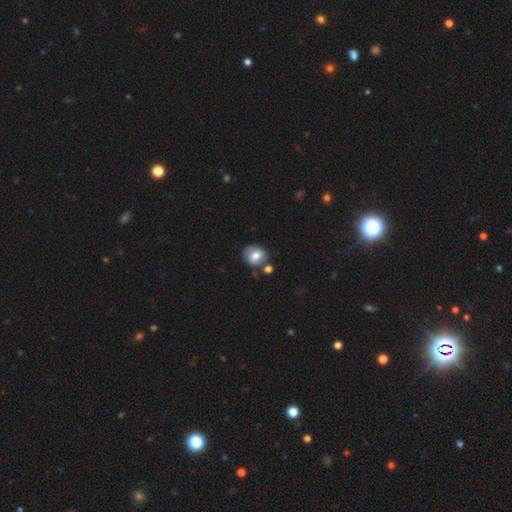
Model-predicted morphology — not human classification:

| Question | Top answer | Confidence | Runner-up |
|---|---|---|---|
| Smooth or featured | smooth | 74% | featured or disk (17%) |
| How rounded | round | 68% | in between (31%) |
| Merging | none | 64% | minor disturbance (17%) |